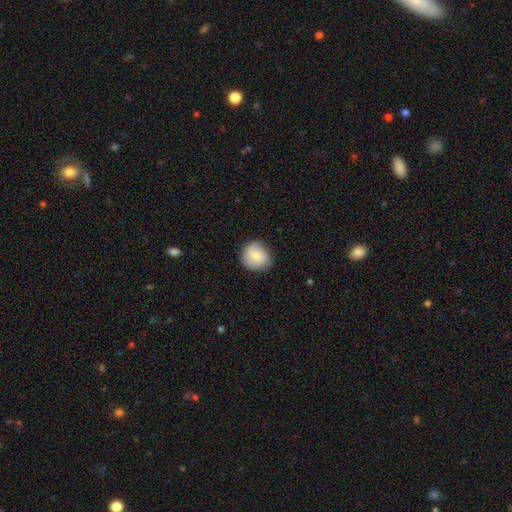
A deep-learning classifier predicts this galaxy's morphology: type=smooth (82%); roundness=round (83%); merging=none (73%).